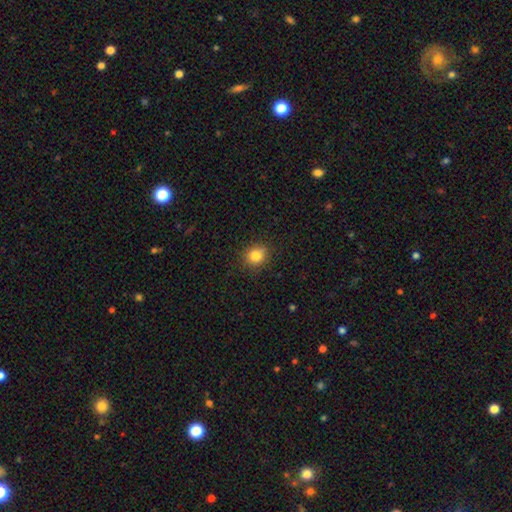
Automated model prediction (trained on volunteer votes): A smooth galaxy with no disk features (83%) that is round (76%).

Vote fractions:
- Smooth or featured? smooth: 83% / star or artifact: 11% / featured or disk: 6%
- How rounded? round: 76% / in between: 23% / cigar-shaped: 1%
- Merging? none: 87% / minor disturbance: 10% / major disturbance: 2% / merger: 1%